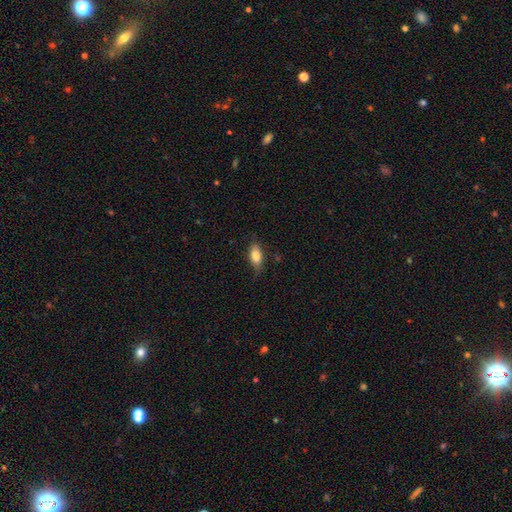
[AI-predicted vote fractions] This appears to be a smooth galaxy with no disk features (80%) that is in between round and cigar-shaped (84%). Merging: none (74%).